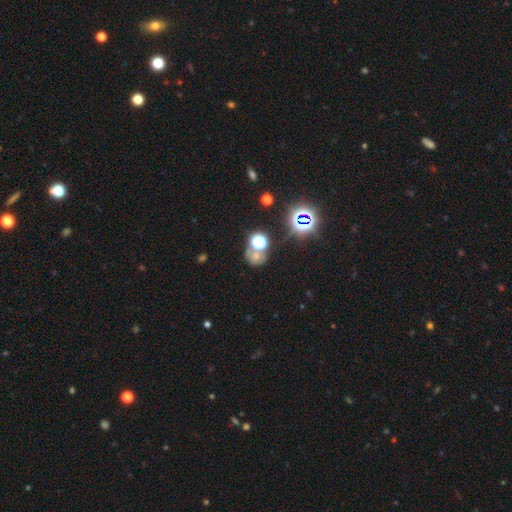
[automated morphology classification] This appears to be a smooth galaxy with no disk features (46%). Merging: none (43%).